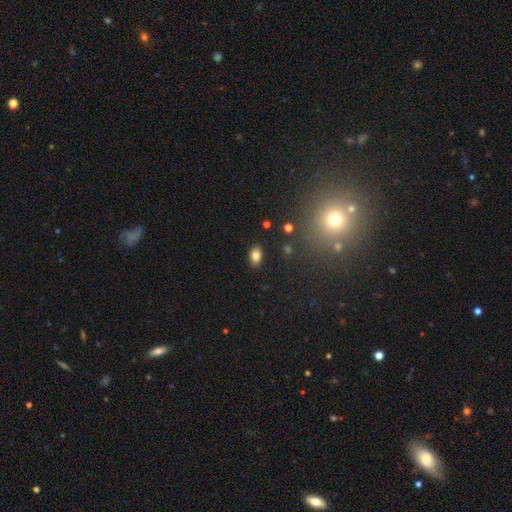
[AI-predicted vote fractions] This is clearly a smooth galaxy (82%). How rounded: clearly in between (83%). Merging: clearly none (86%).